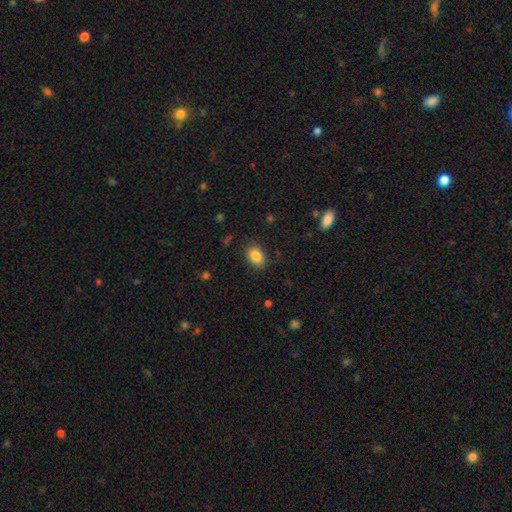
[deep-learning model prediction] Smooth or featured?
  - smooth: 85% *
  - star or artifact: 9%
  - featured or disk: 6%
How rounded?
  - in between: 80% *
  - round: 19%
  - cigar-shaped: 1%
Merging?
  - none: 85% *
  - minor disturbance: 11%
  - major disturbance: 3%
  - merger: 1%